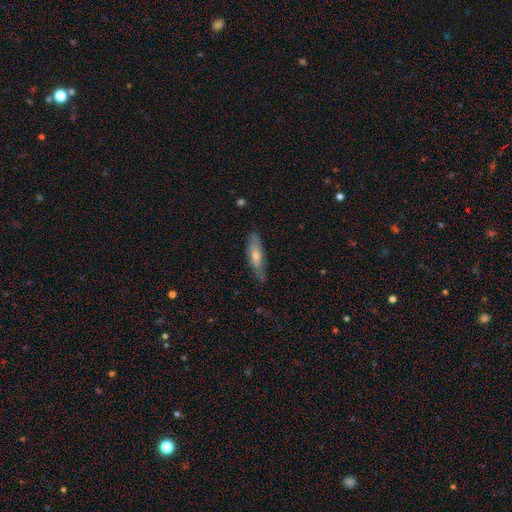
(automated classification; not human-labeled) This is possibly a smooth galaxy (48%). Merging: likely none (76%).